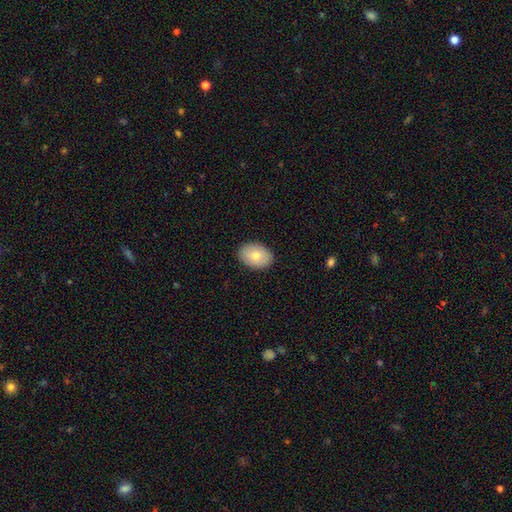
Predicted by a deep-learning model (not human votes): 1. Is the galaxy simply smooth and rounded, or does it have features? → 77% smooth, 16% featured or disk, 7% star or artifact.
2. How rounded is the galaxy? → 81% in between, 18% round, 1% cigar-shaped.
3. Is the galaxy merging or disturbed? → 90% none, 7% minor disturbance, 2% major disturbance, 1% merger.